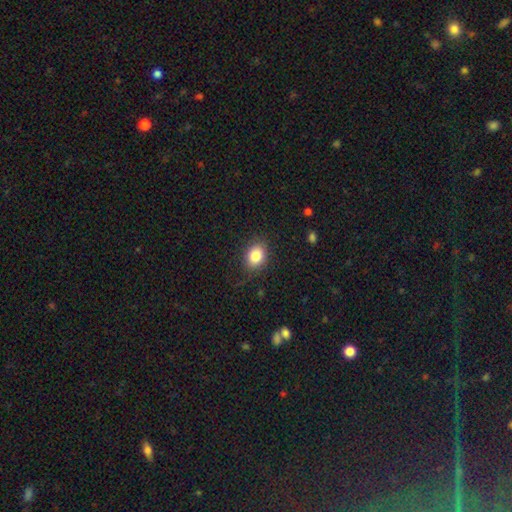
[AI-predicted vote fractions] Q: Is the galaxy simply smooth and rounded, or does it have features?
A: smooth — 84%.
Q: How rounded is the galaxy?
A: in between — 63%.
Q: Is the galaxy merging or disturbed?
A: none — 83%.